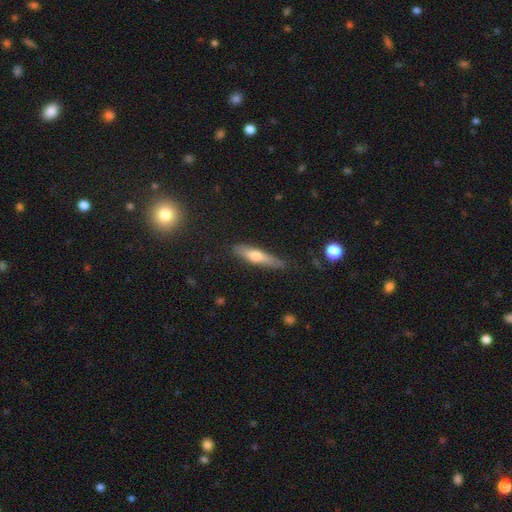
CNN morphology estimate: The model was most divided on "smooth or featured": smooth: 55%, featured or disk: 38%, star or artifact: 7%. More confident: how rounded — cigar-shaped (81%); merging — none (75%).